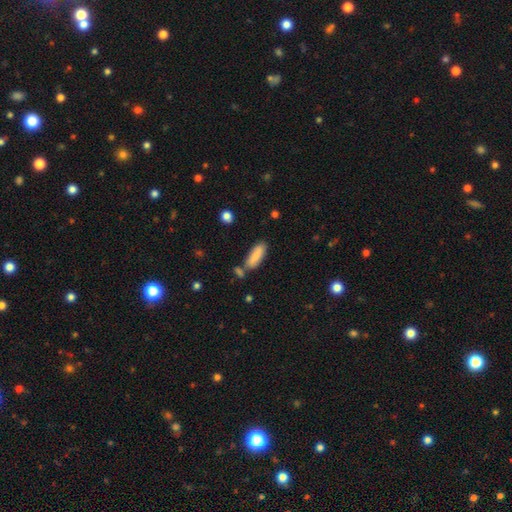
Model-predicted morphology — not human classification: The model was most divided on "how rounded": in between: 62%, cigar-shaped: 36%, round: 2%. More confident: smooth or featured — smooth (83%); merging — none (69%).